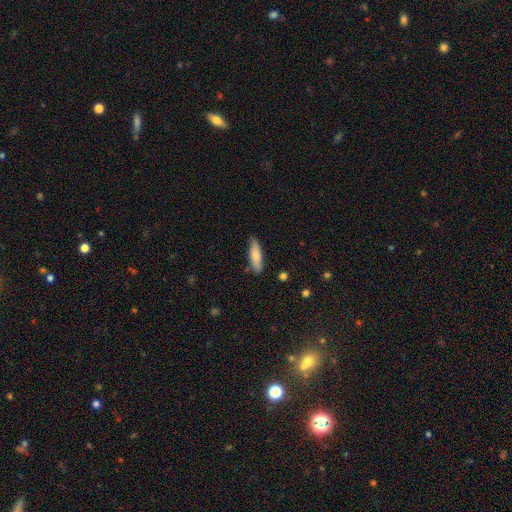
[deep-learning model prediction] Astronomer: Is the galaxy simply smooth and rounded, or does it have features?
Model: smooth — 77%.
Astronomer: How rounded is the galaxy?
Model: cigar-shaped — 59% (runner-up: in between, 39%).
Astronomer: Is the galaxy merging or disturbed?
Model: none — 77%.